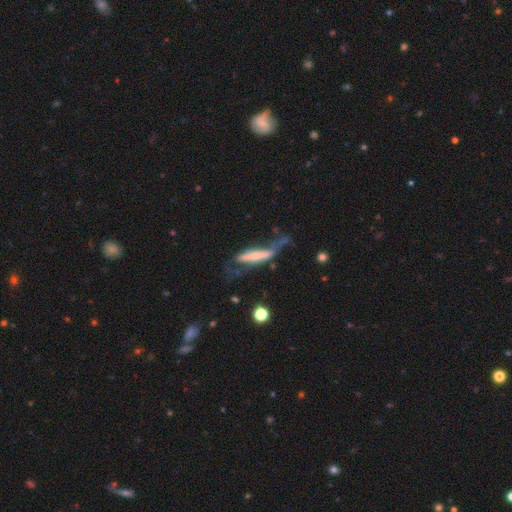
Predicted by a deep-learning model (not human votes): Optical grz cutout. It shows a smooth galaxy with no disk features (46%). Merging: major disturbance (45%).